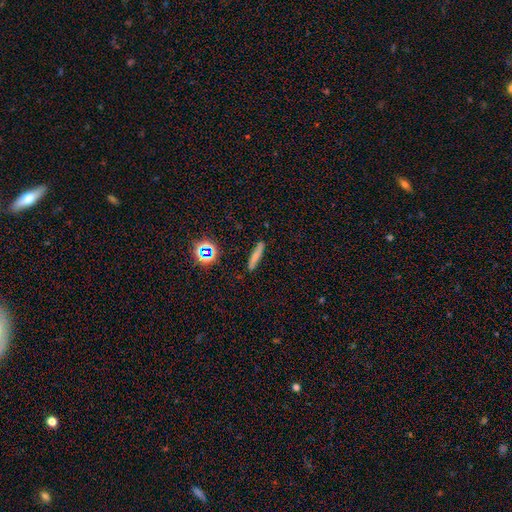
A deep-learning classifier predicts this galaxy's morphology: This appears to be a smooth galaxy with no disk features (69%) that is cigar-shaped (89%). Merging: none (82%).